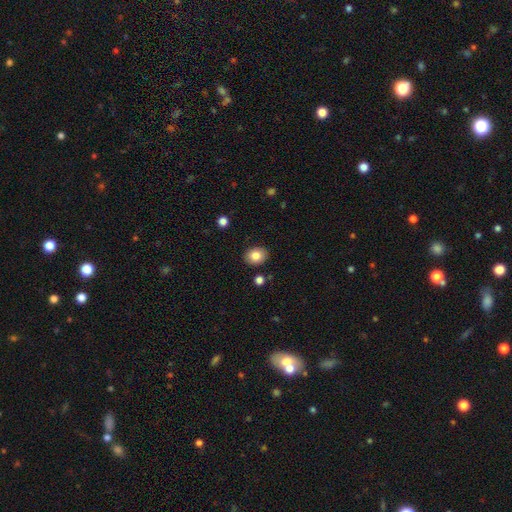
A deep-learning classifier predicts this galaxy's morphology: Smooth or featured: smooth — 83% (star or artifact — 9%)
How rounded: round — 50% (in between — 49%)
Merging: none — 88% (minor disturbance — 8%)